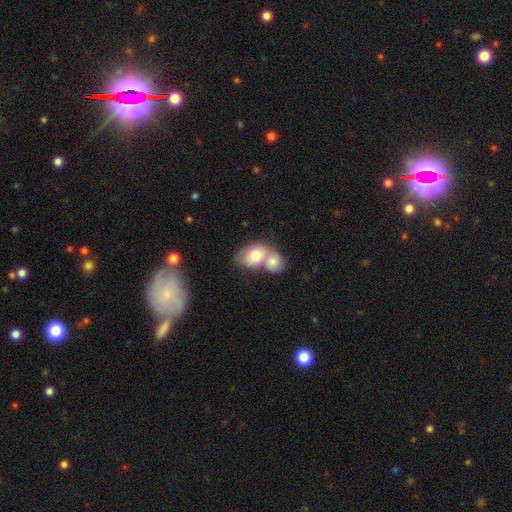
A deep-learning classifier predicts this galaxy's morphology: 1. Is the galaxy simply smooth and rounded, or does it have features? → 73% smooth, 20% featured or disk, 7% star or artifact.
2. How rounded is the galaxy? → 67% in between, 31% round, 1% cigar-shaped.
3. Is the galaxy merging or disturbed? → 72% merger, 18% none, 7% minor disturbance, 3% major disturbance.